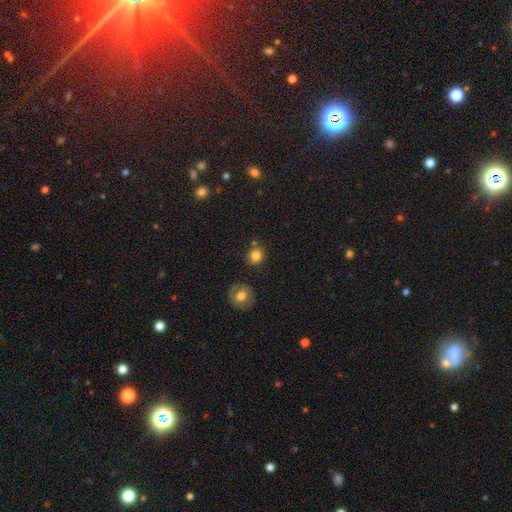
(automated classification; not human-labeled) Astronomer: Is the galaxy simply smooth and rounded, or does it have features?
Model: smooth — 81%.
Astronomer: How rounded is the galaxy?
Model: round — 88%.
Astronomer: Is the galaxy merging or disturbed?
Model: none — 78%.